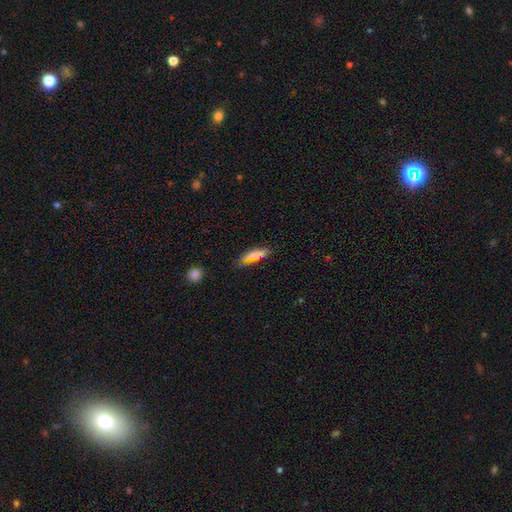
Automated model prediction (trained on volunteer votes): A smooth galaxy with no disk features (76%) that is cigar-shaped (64%).

Vote fractions:
- Smooth or featured? smooth: 76% / featured or disk: 14% / star or artifact: 10%
- How rounded? cigar-shaped: 64% / in between: 34% / round: 2%
- Merging? none: 76% / minor disturbance: 18% / major disturbance: 4% / merger: 2%